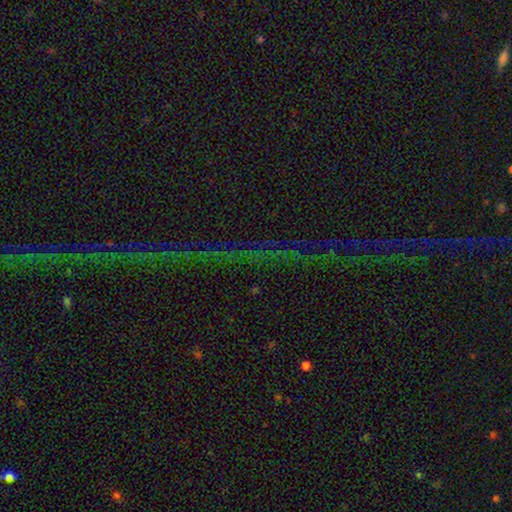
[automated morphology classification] Smooth or featured: star or artifact — 76% (featured or disk — 15%)